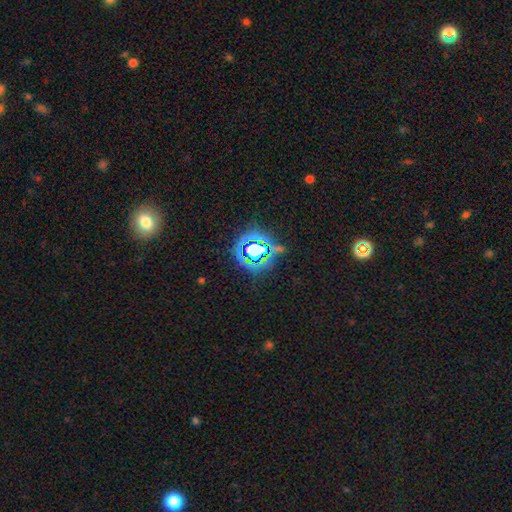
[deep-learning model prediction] smooth_or_featured: star or artifact (p=0.80) [alt: smooth p=0.13]